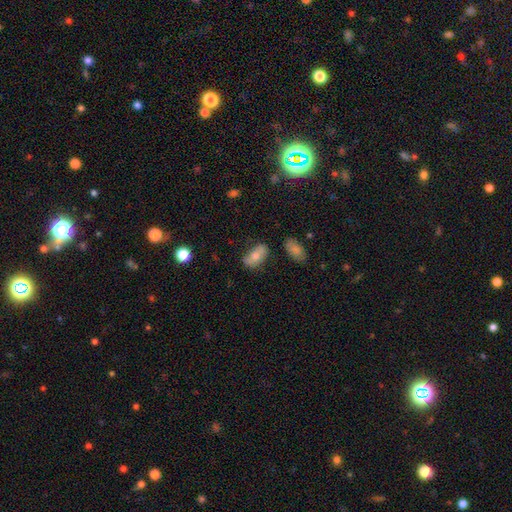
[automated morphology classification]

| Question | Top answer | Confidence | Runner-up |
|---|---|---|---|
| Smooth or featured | smooth | 64% | featured or disk (28%) |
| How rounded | in between | 89% | round (6%) |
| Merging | none | 65% | minor disturbance (23%) |